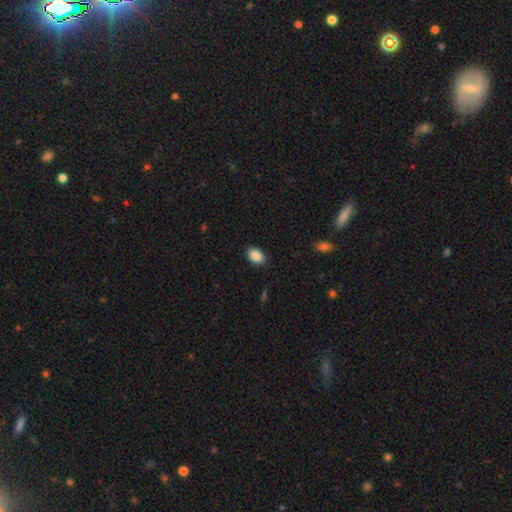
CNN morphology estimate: type=smooth (89%); roundness=in between (86%); merging=none (89%).